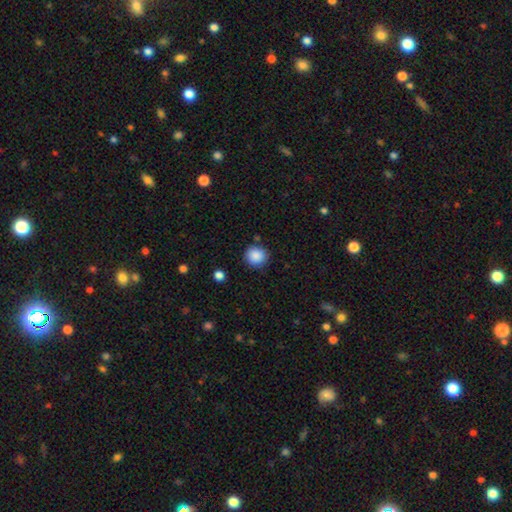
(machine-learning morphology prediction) Q: Smooth or featured?
A: smooth (88%); runner-up: star or artifact (9%)
Q: How rounded?
A: round (89%); runner-up: in between (10%)
Q: Merging?
A: none (85%); runner-up: minor disturbance (9%)